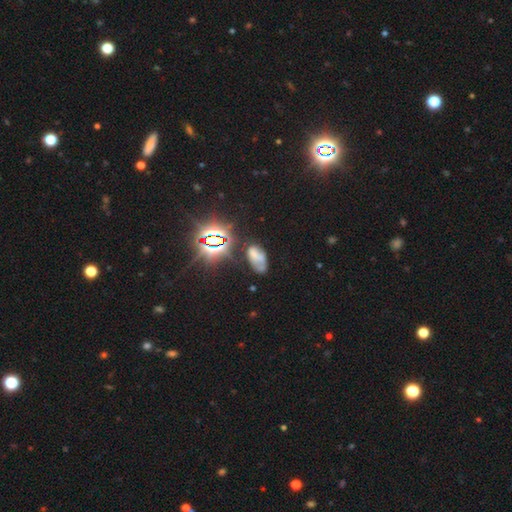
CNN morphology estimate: This appears to be a smooth galaxy with no disk features (44%). Merging: none (42%).